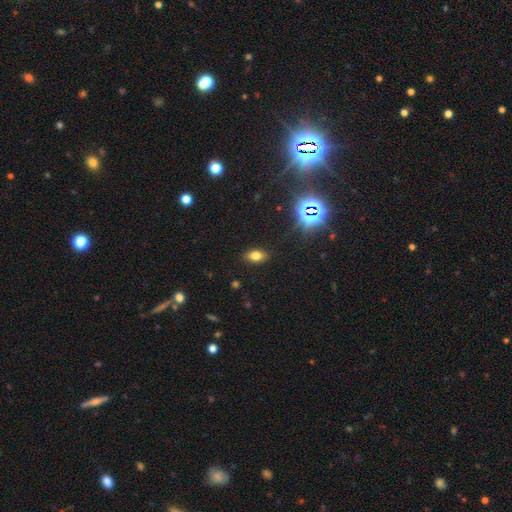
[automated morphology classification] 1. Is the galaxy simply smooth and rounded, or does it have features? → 72% smooth, 18% star or artifact, 10% featured or disk.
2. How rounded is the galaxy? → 85% in between, 11% round, 3% cigar-shaped.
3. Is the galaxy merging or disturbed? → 88% none, 9% minor disturbance, 2% major disturbance, 1% merger.